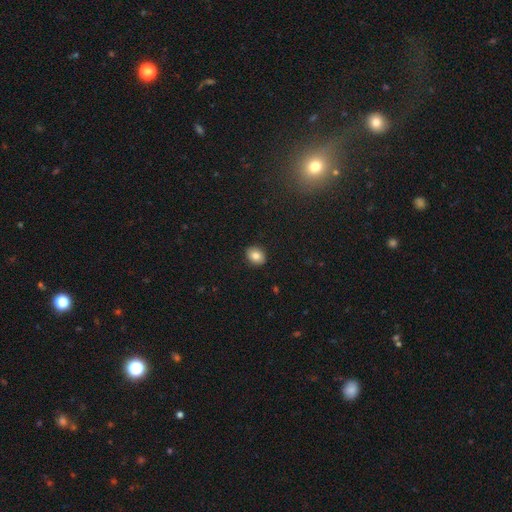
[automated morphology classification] Smooth or featured?
  - smooth: 83% *
  - star or artifact: 9%
  - featured or disk: 8%
How rounded?
  - in between: 57% *
  - round: 42%
  - cigar-shaped: 1%
Merging?
  - none: 90% *
  - minor disturbance: 7%
  - major disturbance: 2%
  - merger: 1%